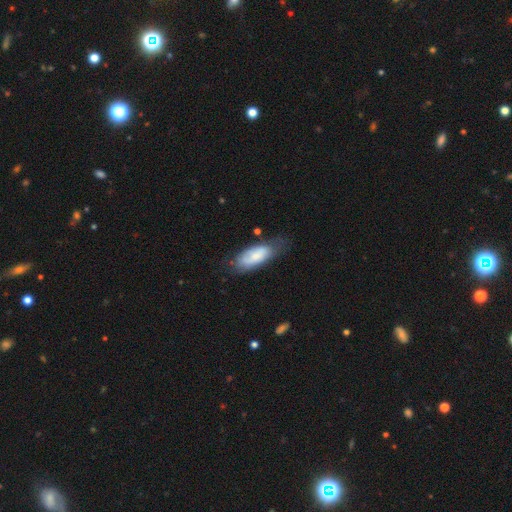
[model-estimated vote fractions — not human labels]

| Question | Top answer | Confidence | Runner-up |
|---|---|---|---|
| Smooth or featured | smooth | 70% | featured or disk (24%) |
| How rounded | in between | 80% | cigar-shaped (18%) |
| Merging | none | 52% | minor disturbance (32%) |